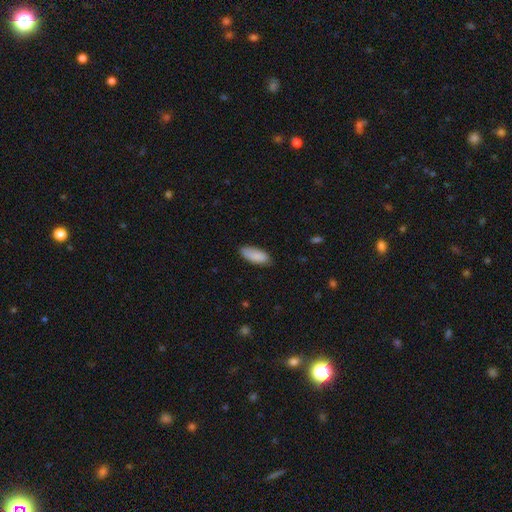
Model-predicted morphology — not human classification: smooth_or_featured: smooth (p=0.89) [alt: star or artifact p=0.06]
how_rounded: in between (p=0.82) [alt: cigar-shaped p=0.16]
merging: none (p=0.80) [alt: minor disturbance p=0.16]